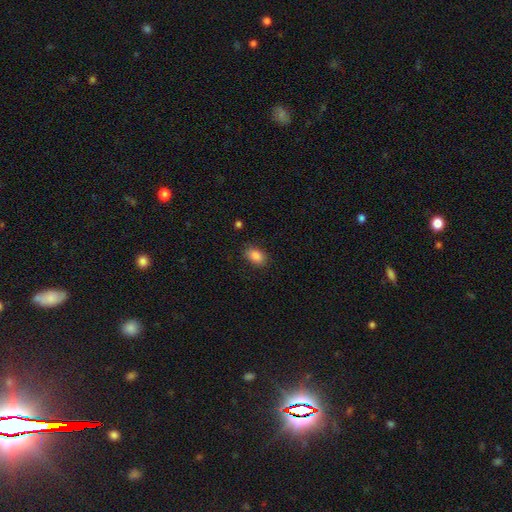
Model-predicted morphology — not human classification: Q: Smooth or featured?
A: smooth (88%); runner-up: star or artifact (8%)
Q: How rounded?
A: in between (84%); runner-up: round (14%)
Q: Merging?
A: none (85%); runner-up: minor disturbance (11%)